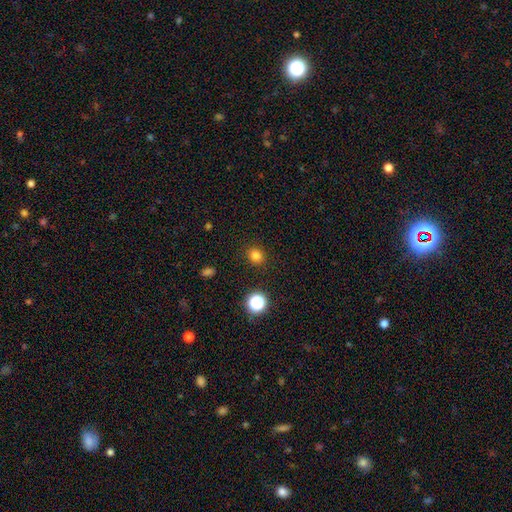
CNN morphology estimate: type=smooth (80%); roundness=round (76%); merging=none (89%).